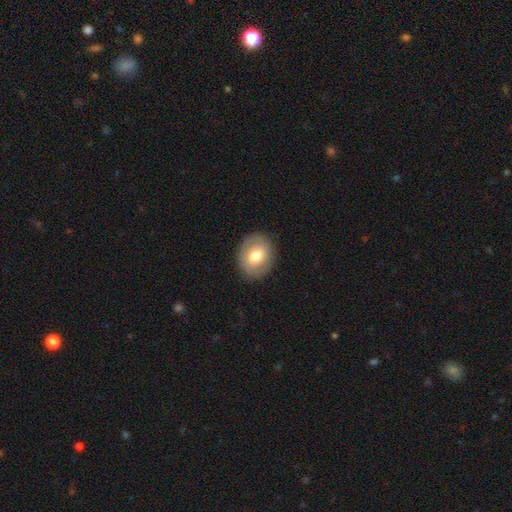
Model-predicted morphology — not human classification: Smooth or featured? smooth (65%)
How rounded? round (55%)
Merging? none (88%)